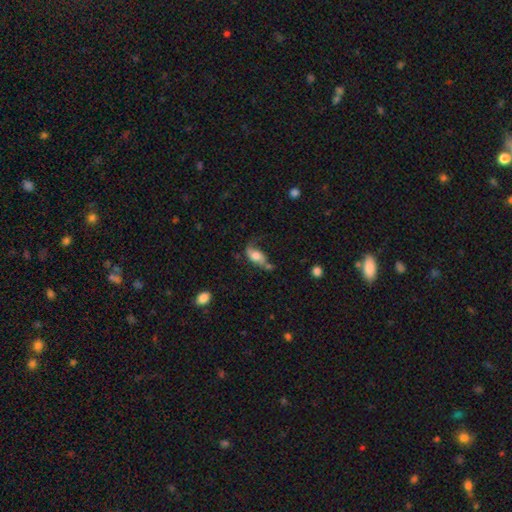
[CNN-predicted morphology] smooth 51%, featured or disk 41%, star or artifact 9%. Down the decision tree: how rounded — in between (84%); merging — none (34%).